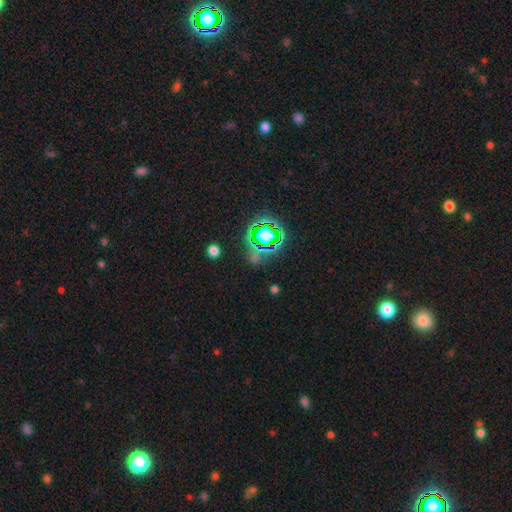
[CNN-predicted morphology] smooth_or_featured: star or artifact (p=0.73) [alt: smooth p=0.18]